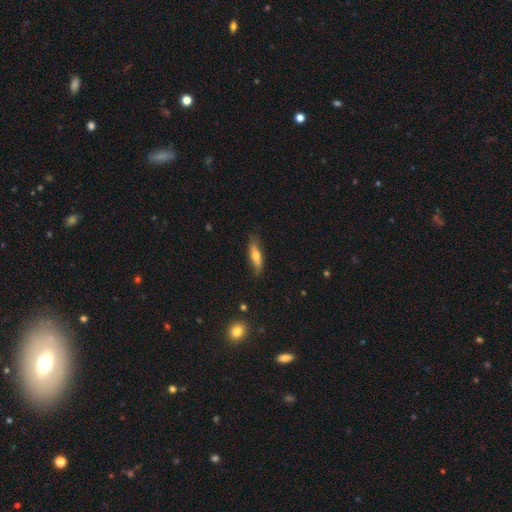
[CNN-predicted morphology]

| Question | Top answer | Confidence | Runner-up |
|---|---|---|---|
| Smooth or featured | smooth | 60% | featured or disk (33%) |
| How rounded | cigar-shaped | 59% | in between (38%) |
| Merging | none | 77% | minor disturbance (18%) |